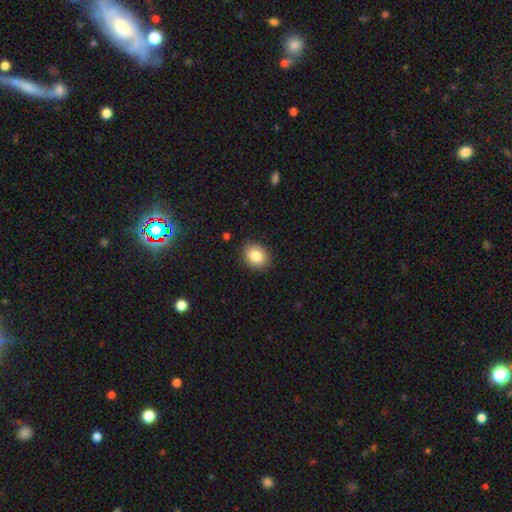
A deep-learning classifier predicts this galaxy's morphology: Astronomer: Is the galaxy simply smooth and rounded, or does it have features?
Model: smooth — 84%.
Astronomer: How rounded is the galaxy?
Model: round — 58% (runner-up: in between, 41%).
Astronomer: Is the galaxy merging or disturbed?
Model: none — 89%.